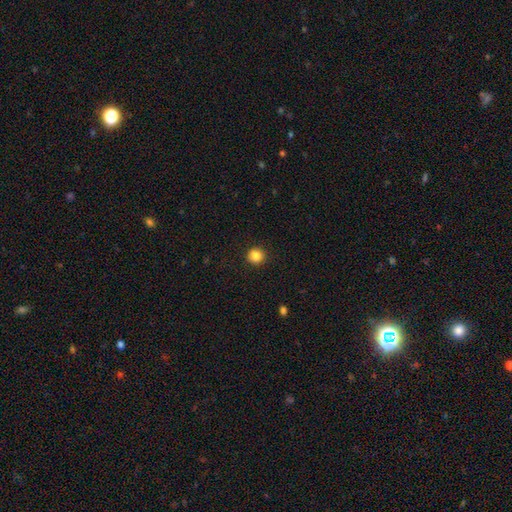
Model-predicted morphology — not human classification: Overall: smooth (85%). How rounded: round (90%). Merging: none (92%).